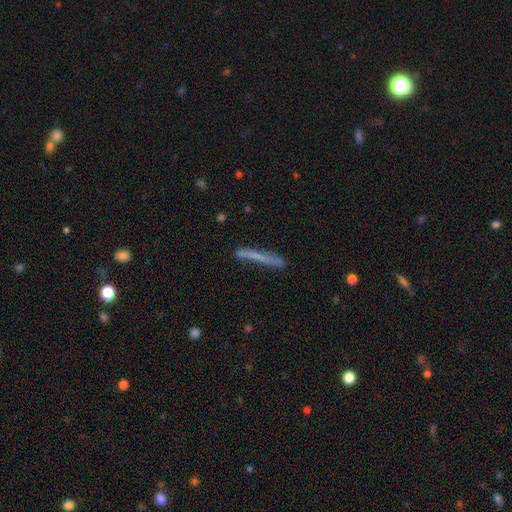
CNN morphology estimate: Smooth or featured?
  - smooth: 58% *
  - featured or disk: 34%
  - star or artifact: 8%
How rounded?
  - cigar-shaped: 96% *
  - in between: 3%
  - round: 2%
Merging?
  - none: 73% *
  - minor disturbance: 18%
  - major disturbance: 5%
  - merger: 4%